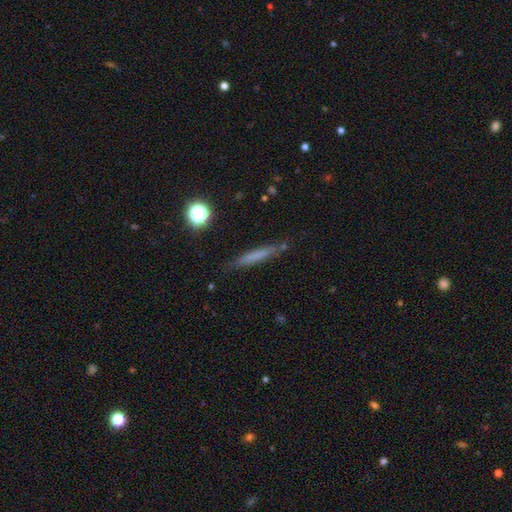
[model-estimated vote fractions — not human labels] smooth_or_featured: smooth (p=0.61) [alt: featured or disk p=0.28]
how_rounded: cigar-shaped (p=0.92) [alt: in between p=0.05]
merging: none (p=0.81) [alt: minor disturbance p=0.13]